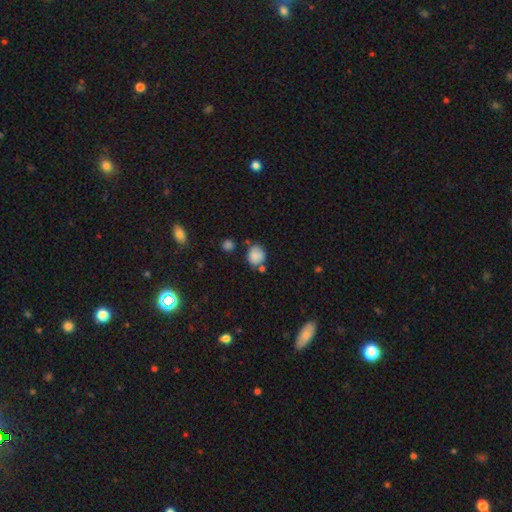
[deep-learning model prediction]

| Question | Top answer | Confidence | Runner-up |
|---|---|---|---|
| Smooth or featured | smooth | 83% | star or artifact (10%) |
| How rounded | round | 72% | in between (27%) |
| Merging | none | 65% | minor disturbance (18%) |